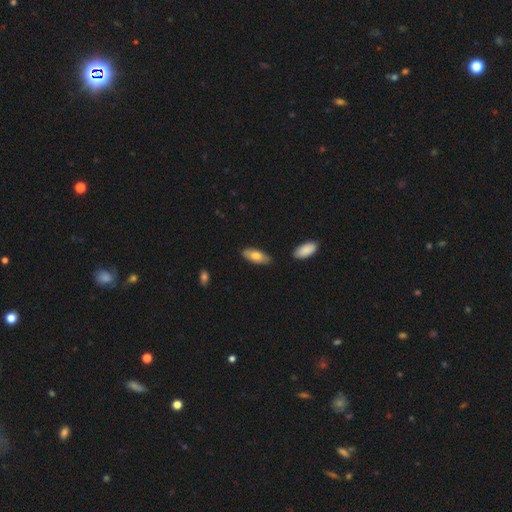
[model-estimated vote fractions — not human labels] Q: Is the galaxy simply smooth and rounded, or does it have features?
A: smooth — 73%.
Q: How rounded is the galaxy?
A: in between — 81%.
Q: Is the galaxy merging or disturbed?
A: none — 81%.